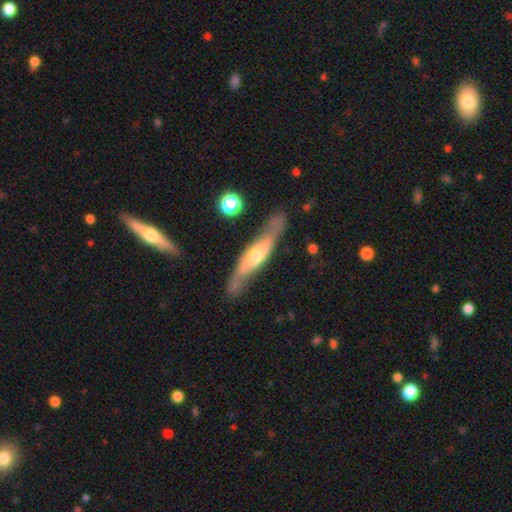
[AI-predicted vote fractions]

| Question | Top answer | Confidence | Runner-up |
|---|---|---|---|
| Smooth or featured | featured or disk | 74% | smooth (20%) |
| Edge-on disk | yes | 64% | no (36%) |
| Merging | none | 77% | minor disturbance (16%) |